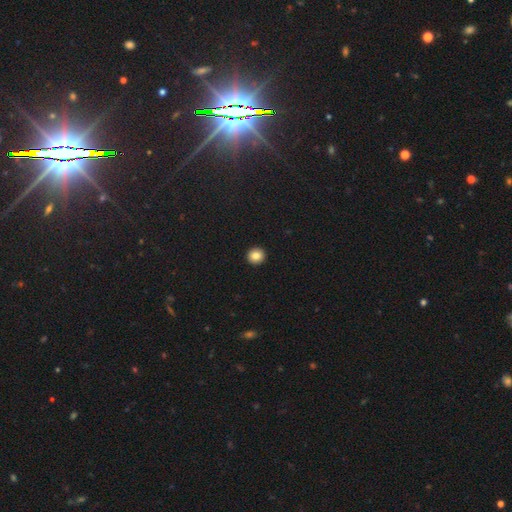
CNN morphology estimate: smooth_or_featured: smooth (p=0.84) [alt: star or artifact p=0.10]
how_rounded: round (p=0.92) [alt: in between p=0.07]
merging: none (p=0.94) [alt: minor disturbance p=0.04]